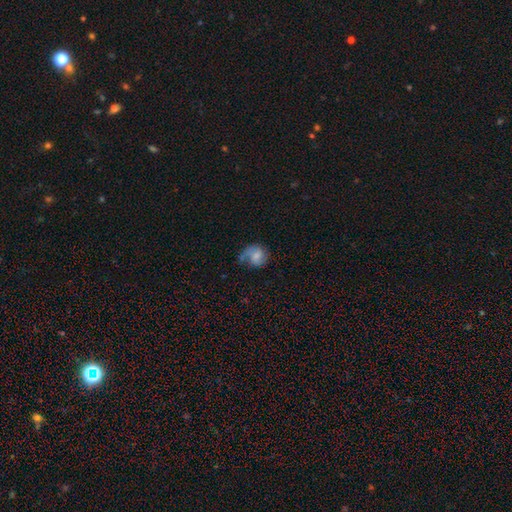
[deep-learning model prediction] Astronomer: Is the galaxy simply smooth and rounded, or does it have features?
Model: smooth — 46%, tied with featured or disk at 46%.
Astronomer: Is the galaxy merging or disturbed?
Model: none — 46% (runner-up: minor disturbance, 29%).